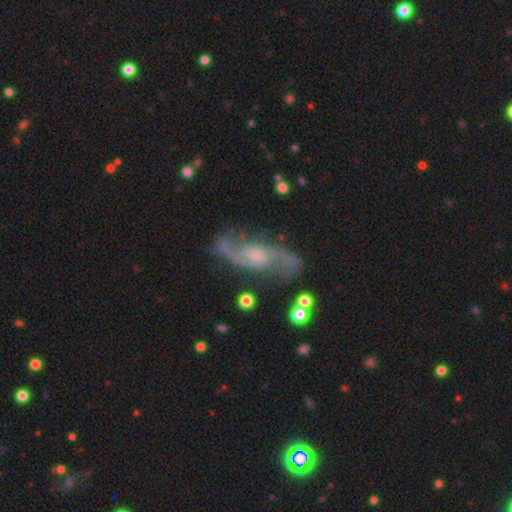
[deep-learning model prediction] featured or disk 90%, star or artifact 5%, smooth 5%. Down the decision tree: edge-on disk — no (96%); bar — no (46%); spiral arms — yes (98%); spiral arm count — 2 (93%); spiral winding — medium (49%); bulge size — small (53%); merging — none (76%).